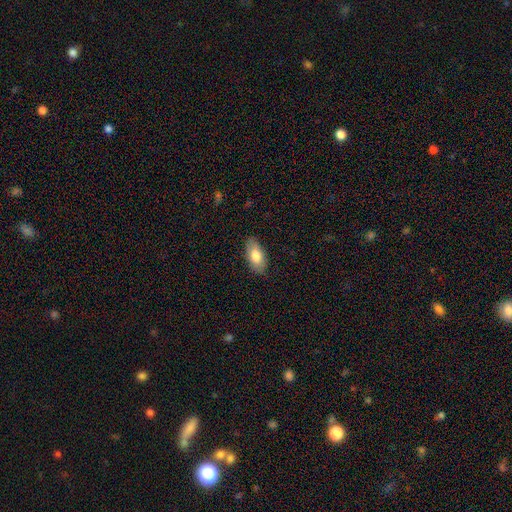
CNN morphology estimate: smooth-or-featured: smooth: 78% | featured or disk: 16% | star or artifact: 6%
  how-rounded: in between: 91% | cigar-shaped: 6% | round: 3%
  merging: none: 85% | minor disturbance: 12% | major disturbance: 2% | merger: 1%